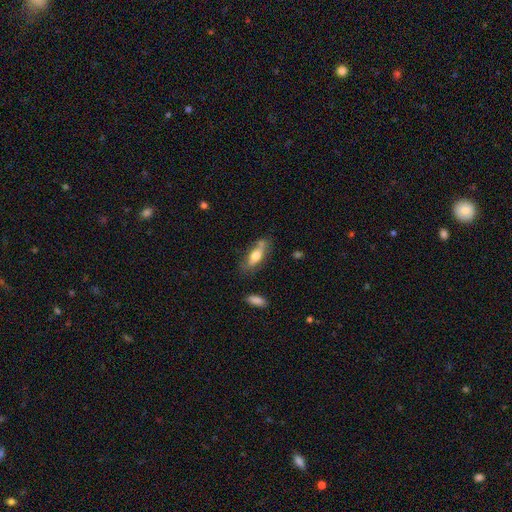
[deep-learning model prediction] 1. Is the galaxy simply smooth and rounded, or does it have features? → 60% smooth, 33% featured or disk, 7% star or artifact.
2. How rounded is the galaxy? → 63% in between, 35% cigar-shaped, 3% round.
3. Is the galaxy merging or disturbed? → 60% none, 24% minor disturbance, 9% merger, 8% major disturbance.